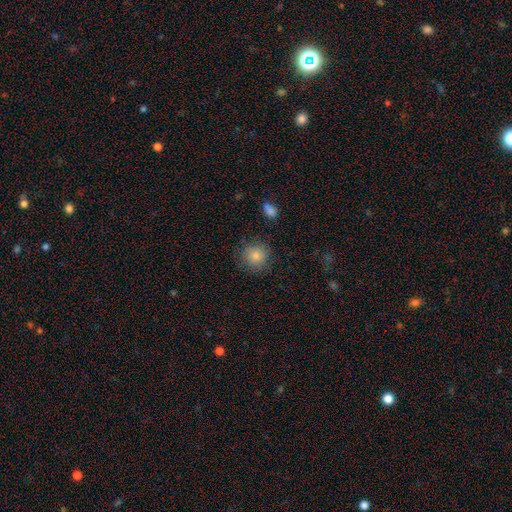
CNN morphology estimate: Smooth or featured? smooth (84%)
How rounded? round (91%)
Merging? none (84%)